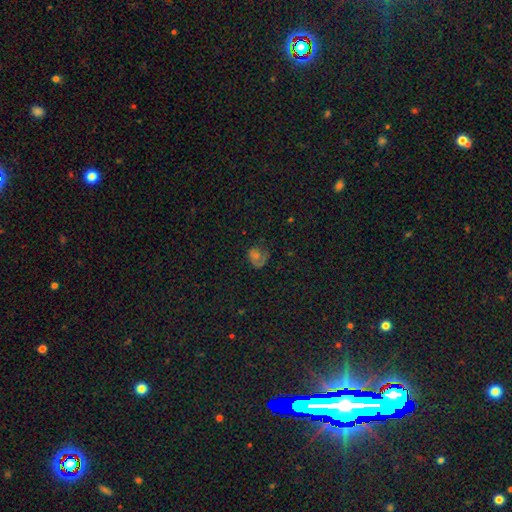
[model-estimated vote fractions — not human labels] The model was most divided on "smooth or featured": smooth: 42%, featured or disk: 35%, star or artifact: 22%. More confident: merging — none (54%).